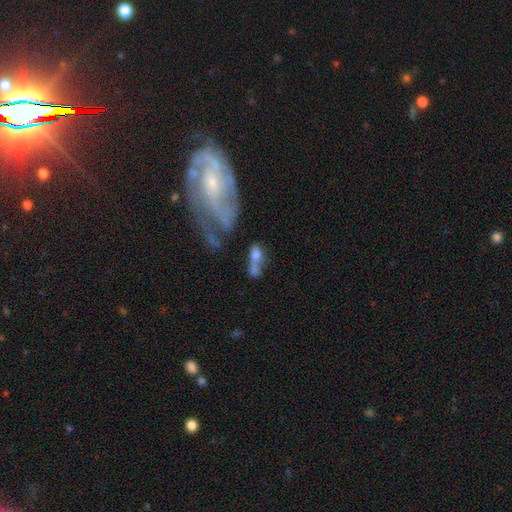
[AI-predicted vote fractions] Smooth or featured? Predicted: smooth (p=0.60). How rounded? Predicted: in between (p=0.65). Merging? Predicted: merger (p=0.41).